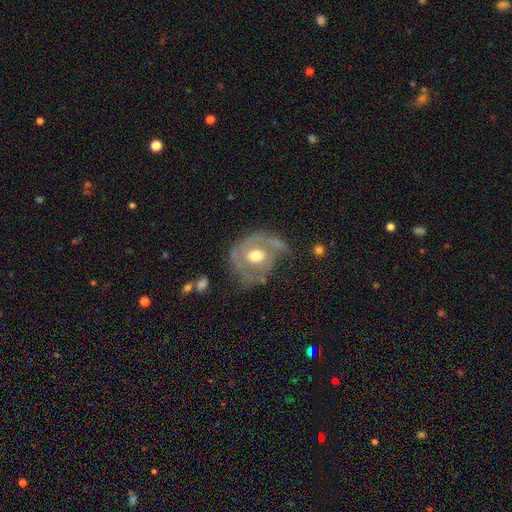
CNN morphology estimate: type=featured or disk (69%); edge-on=no (96%); bar=no (69%); spiral arms=yes (62%); bulge=moderate (75%); merging=none (50%).